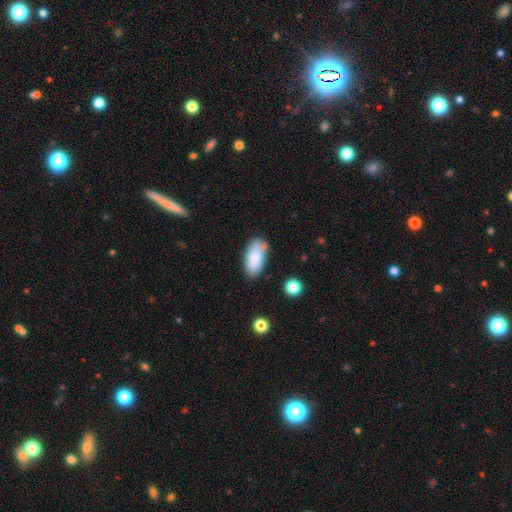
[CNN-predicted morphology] A smooth galaxy with no disk features (85%) that is in between round and cigar-shaped (90%). Merging: none (69%).